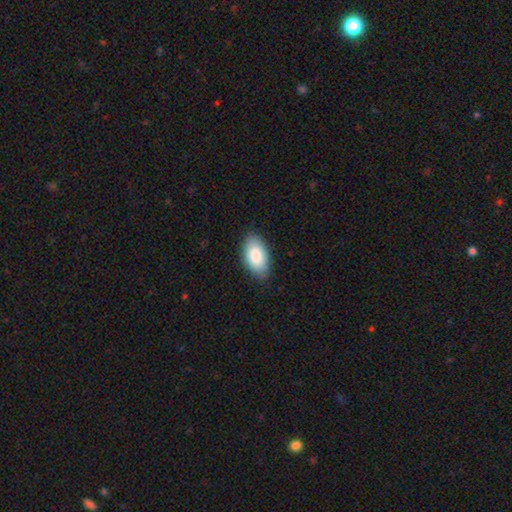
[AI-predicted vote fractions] Smooth or featured? Predicted: smooth (p=0.84). How rounded? Predicted: in between (p=0.95). Merging? Predicted: none (p=0.84).